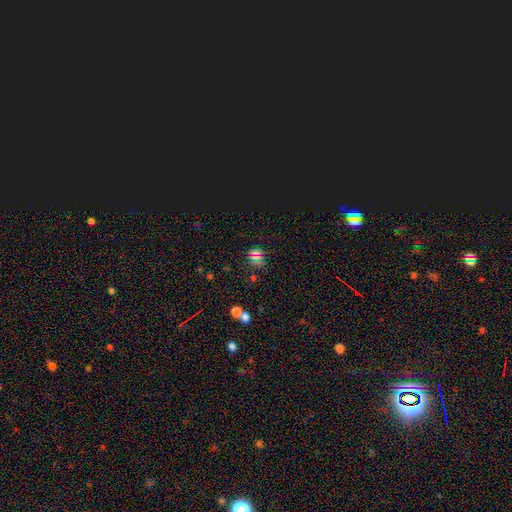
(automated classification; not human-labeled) smooth-or-featured: star or artifact: 59% | smooth: 32% | featured or disk: 9%